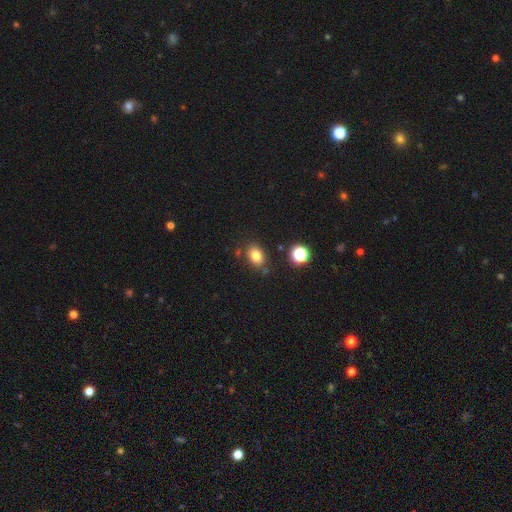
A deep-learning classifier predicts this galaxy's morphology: A smooth galaxy with no disk features (80%) that is in between round and cigar-shaped (71%).

Vote fractions:
- Smooth or featured? smooth: 80% / star or artifact: 12% / featured or disk: 8%
- How rounded? in between: 71% / round: 28% / cigar-shaped: 1%
- Merging? none: 78% / minor disturbance: 13% / merger: 6% / major disturbance: 3%